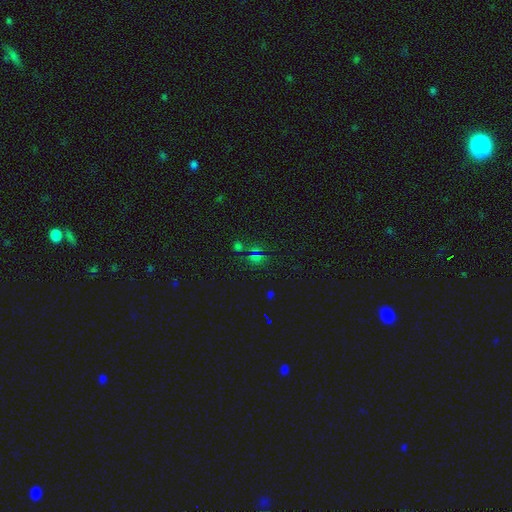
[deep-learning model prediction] Smooth or featured? star or artifact (56%)